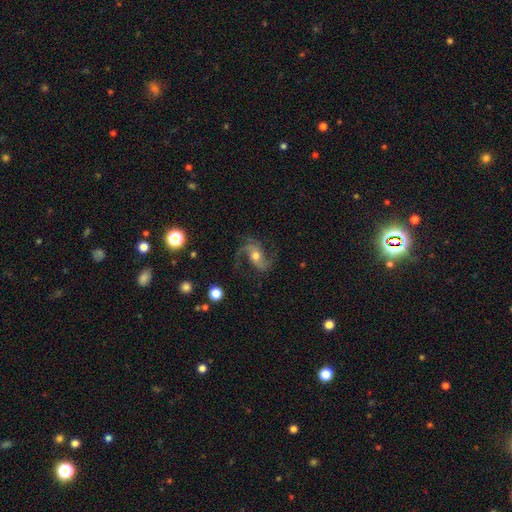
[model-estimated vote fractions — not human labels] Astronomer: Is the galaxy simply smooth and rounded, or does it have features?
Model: featured or disk — 84%.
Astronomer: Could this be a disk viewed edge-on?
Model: no — 97%.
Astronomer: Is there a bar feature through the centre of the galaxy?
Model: no — 52% (runner-up: weak, 34%).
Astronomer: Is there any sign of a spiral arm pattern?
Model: yes — 96%.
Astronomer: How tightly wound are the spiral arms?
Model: loose — 50% (runner-up: medium, 40%).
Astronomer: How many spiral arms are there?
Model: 2 — 72%.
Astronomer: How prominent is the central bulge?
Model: moderate — 66%.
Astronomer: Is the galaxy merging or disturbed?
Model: none — 69%.